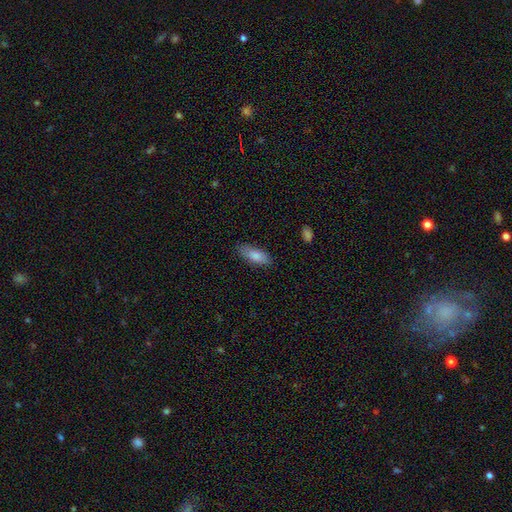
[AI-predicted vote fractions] This appears to be a smooth galaxy with no disk features (82%) that is in between round and cigar-shaped (72%). Merging: none (80%).